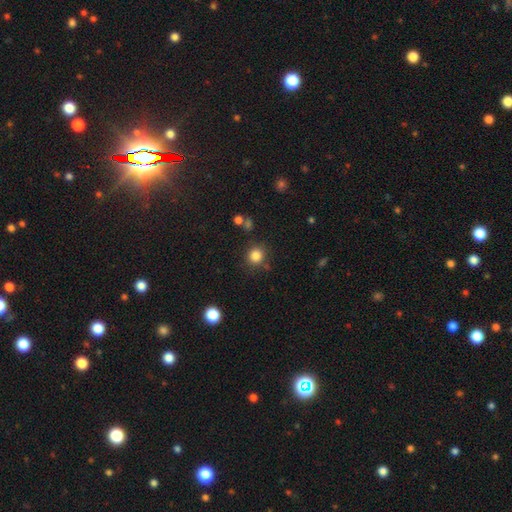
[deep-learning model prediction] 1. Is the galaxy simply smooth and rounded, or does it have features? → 84% smooth, 12% star or artifact, 4% featured or disk.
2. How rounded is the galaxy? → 89% round, 10% in between, 1% cigar-shaped.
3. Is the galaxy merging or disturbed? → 81% none, 10% minor disturbance, 5% merger, 4% major disturbance.